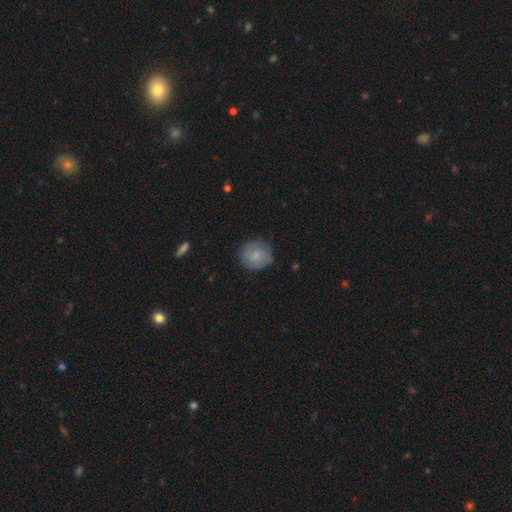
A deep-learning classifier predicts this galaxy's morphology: Smooth or featured?
  - smooth: 67% *
  - featured or disk: 26%
  - star or artifact: 7%
How rounded?
  - round: 86% *
  - in between: 13%
  - cigar-shaped: 1%
Merging?
  - none: 75% *
  - minor disturbance: 19%
  - major disturbance: 5%
  - merger: 1%